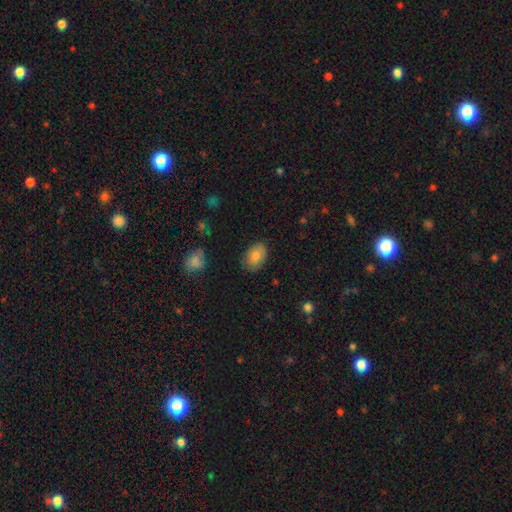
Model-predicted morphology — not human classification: Smooth or featured? smooth (82%)
How rounded? in between (86%)
Merging? none (81%)